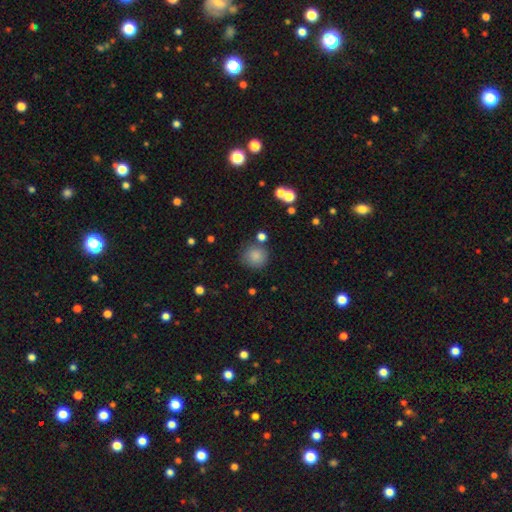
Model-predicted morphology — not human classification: Smooth or featured?
  - smooth: 84% *
  - star or artifact: 11%
  - featured or disk: 5%
How rounded?
  - round: 92% *
  - in between: 7%
  - cigar-shaped: 1%
Merging?
  - none: 79% *
  - minor disturbance: 11%
  - merger: 6%
  - major disturbance: 4%